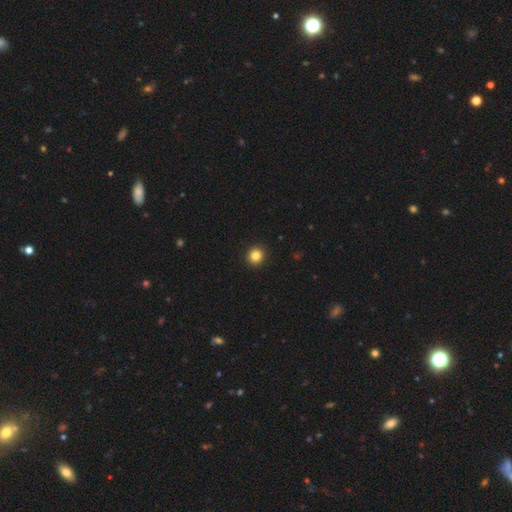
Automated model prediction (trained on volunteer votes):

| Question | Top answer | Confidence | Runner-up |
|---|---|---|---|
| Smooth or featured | smooth | 84% | star or artifact (11%) |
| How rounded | round | 94% | in between (5%) |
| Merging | none | 94% | minor disturbance (4%) |